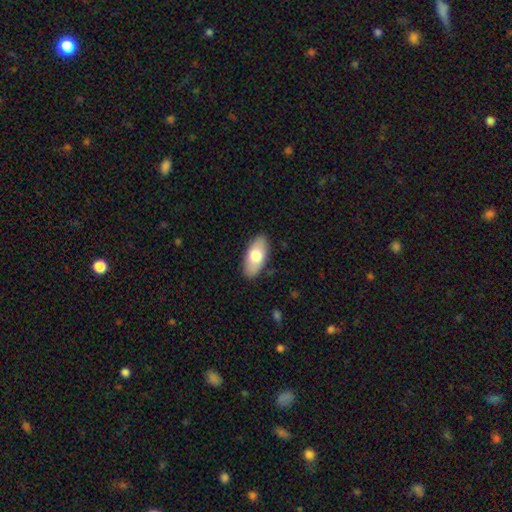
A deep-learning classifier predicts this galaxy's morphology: This appears to be a smooth galaxy with no disk features (72%) that is in between round and cigar-shaped (91%). Merging: none (87%).